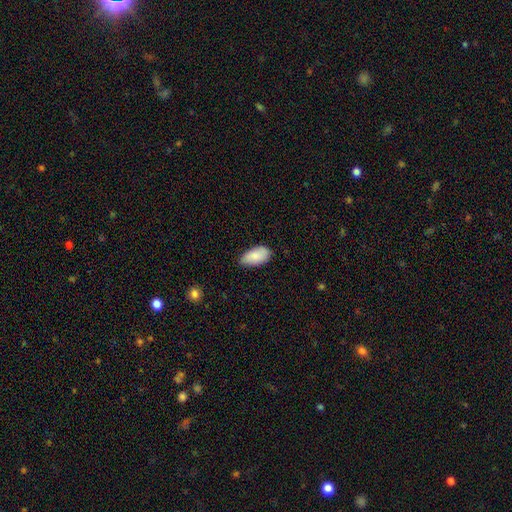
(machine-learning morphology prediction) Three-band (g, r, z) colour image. It shows a smooth galaxy with no disk features (86%) that is in between round and cigar-shaped (95%). Merging: none (69%).